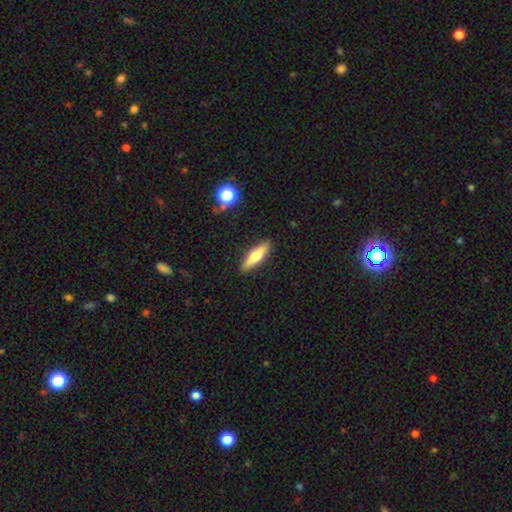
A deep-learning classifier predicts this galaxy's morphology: A smooth galaxy with no disk features (60%) that is cigar-shaped (66%). Merging: none (89%).